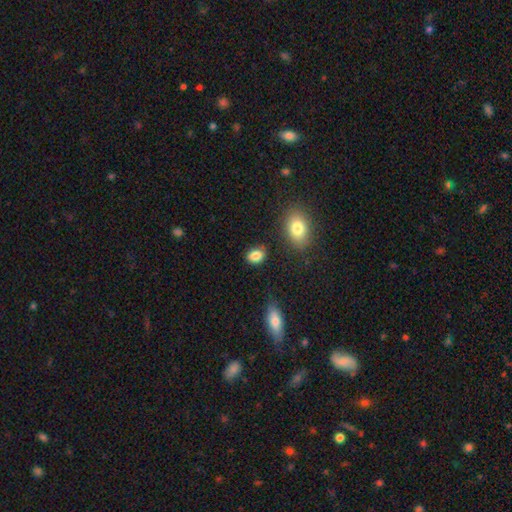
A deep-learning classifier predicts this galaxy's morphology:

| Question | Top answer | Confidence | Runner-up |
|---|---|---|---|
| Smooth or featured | smooth | 86% | star or artifact (9%) |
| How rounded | in between | 71% | round (28%) |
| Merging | none | 79% | minor disturbance (14%) |